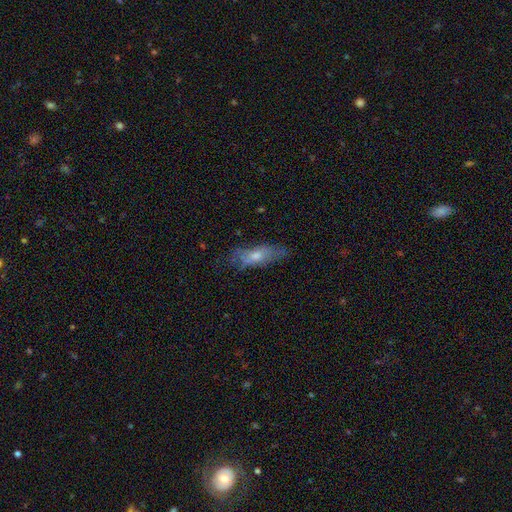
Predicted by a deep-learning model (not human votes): Morphology: type=smooth (53%); roundness=in between (58%); merging=none (59%).